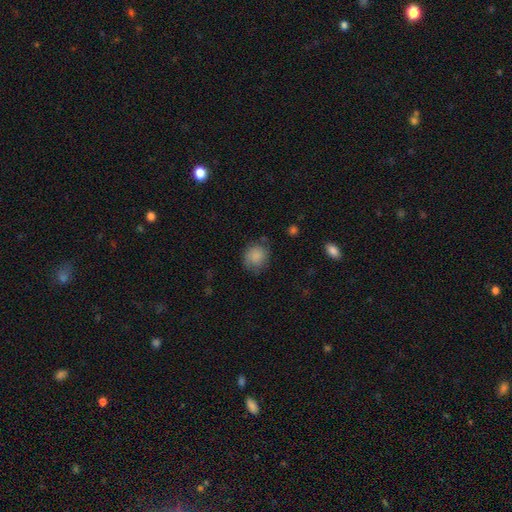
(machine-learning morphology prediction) This appears to be a smooth galaxy with no disk features (82%) that is round (78%). Merging: none (70%).